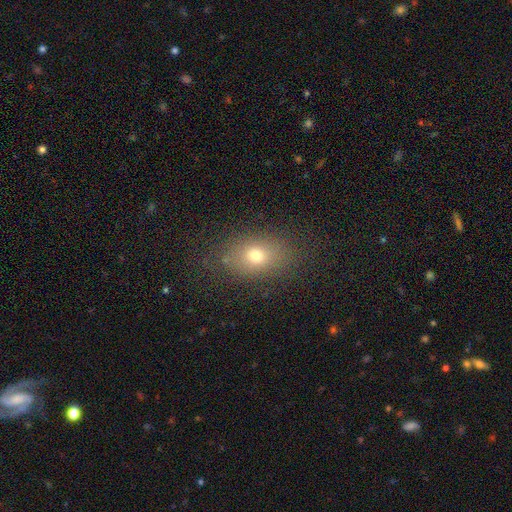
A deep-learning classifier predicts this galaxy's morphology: smooth 70%, star or artifact 15%, featured or disk 15%. Down the decision tree: how rounded — in between (73%); merging — none (80%).